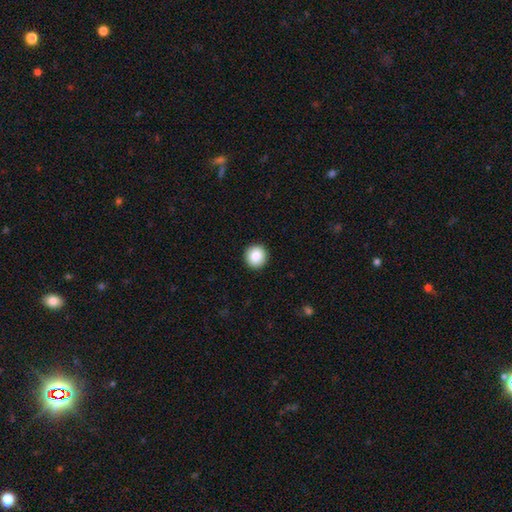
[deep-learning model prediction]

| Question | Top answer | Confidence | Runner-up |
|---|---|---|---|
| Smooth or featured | smooth | 86% | star or artifact (8%) |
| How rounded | round | 94% | in between (5%) |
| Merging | none | 93% | minor disturbance (4%) |